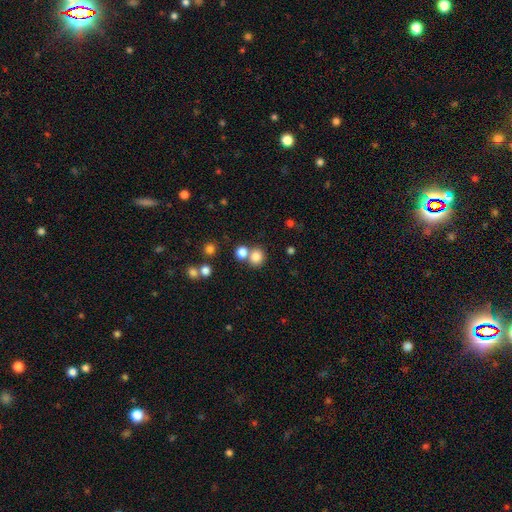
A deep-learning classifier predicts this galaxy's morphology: type=smooth (80%); roundness=round (79%); merging=none (60%).